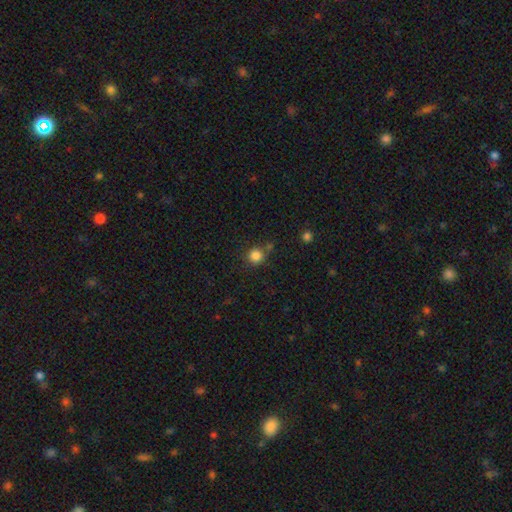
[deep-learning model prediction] Overall: smooth (84%). How rounded: round (92%). Merging: none (76%).